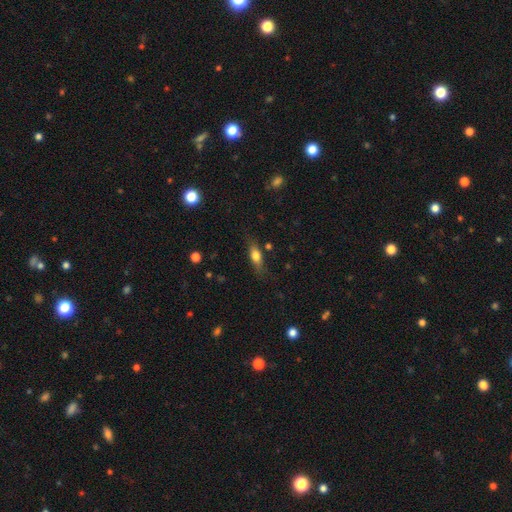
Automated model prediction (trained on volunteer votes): smooth-or-featured: smooth: 67% | featured or disk: 25% | star or artifact: 8%
  how-rounded: in between: 61% | cigar-shaped: 34% | round: 5%
  merging: none: 74% | minor disturbance: 18% | major disturbance: 5% | merger: 2%